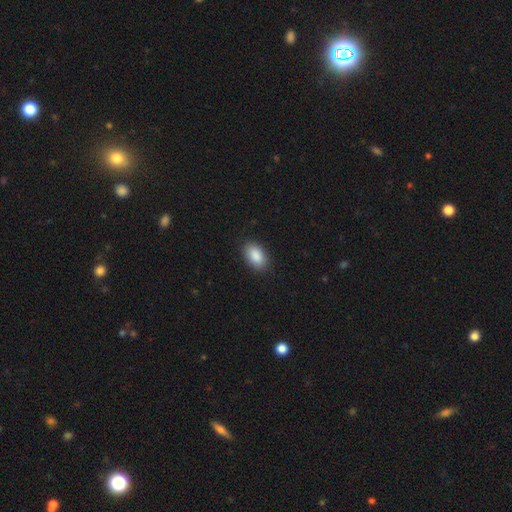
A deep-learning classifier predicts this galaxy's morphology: smooth 89%, star or artifact 7%, featured or disk 4%. Down the decision tree: how rounded — in between (93%); merging — none (89%).